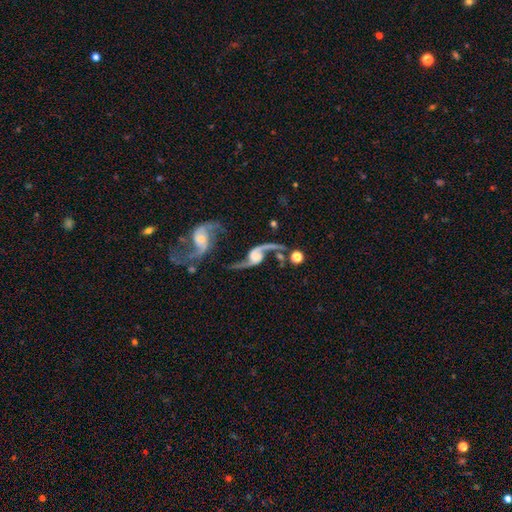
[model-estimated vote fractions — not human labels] featured or disk 89%, smooth 5%, star or artifact 5%. Down the decision tree: edge-on disk — no (95%); bar — no (54%); spiral arms — yes (96%); spiral arm count — 2 (93%); spiral winding — loose (86%); bulge size — none (33%); merging — none (50%).